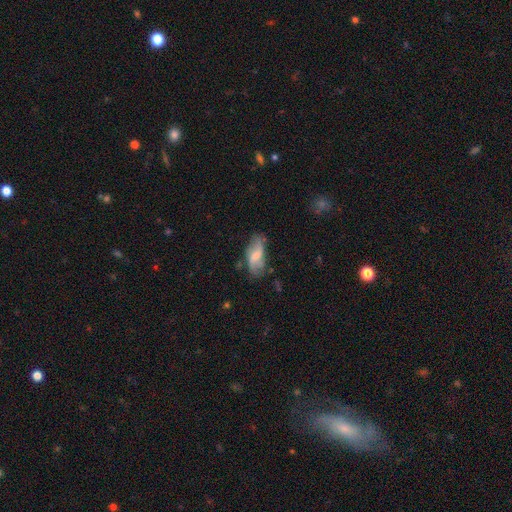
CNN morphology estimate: Smooth or featured? Predicted: smooth (p=0.48). Merging? Predicted: none (p=0.56).